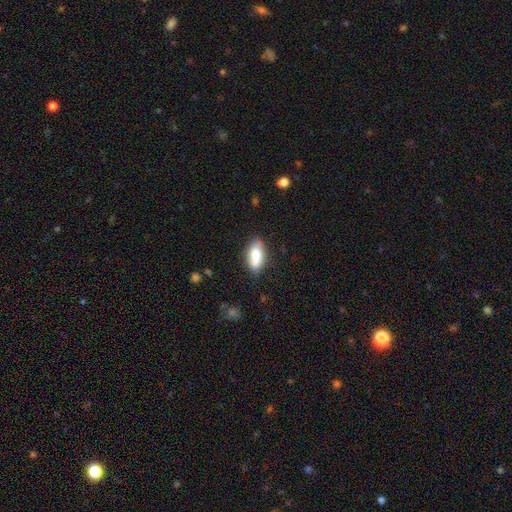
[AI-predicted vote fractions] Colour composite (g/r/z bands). It shows a smooth galaxy with no disk features (77%) that is in between round and cigar-shaped (87%). Merging: none (72%).